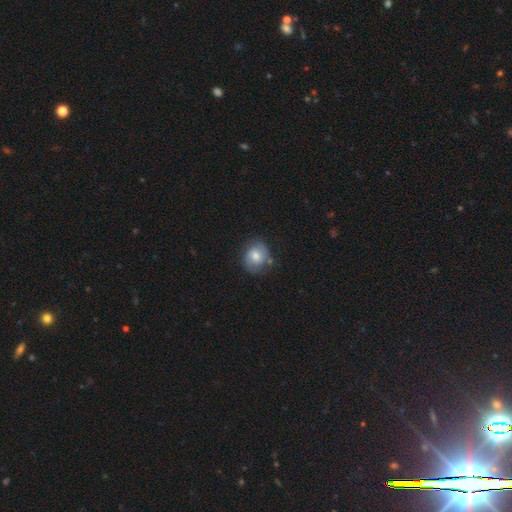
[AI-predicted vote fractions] Overall: smooth (57%; featured or disk 35%). How rounded: round (65%; in between 34%). Merging: none (70%).